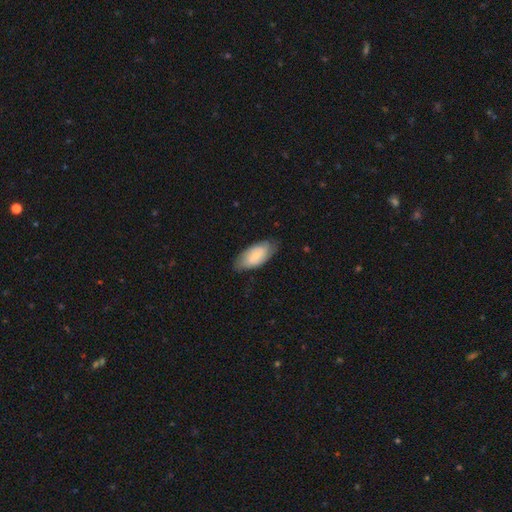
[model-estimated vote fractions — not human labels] The model was most divided on "smooth or featured": smooth: 60%, featured or disk: 34%, star or artifact: 6%. More confident: how rounded — in between (91%); merging — none (72%).